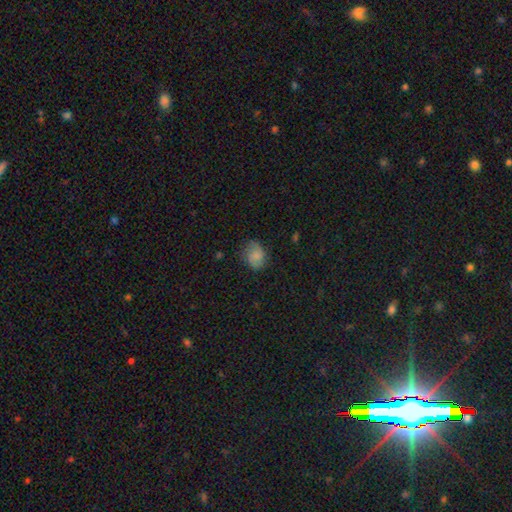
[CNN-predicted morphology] This appears to be a smooth galaxy with no disk features (68%) that is in between round and cigar-shaped (52%). Merging: none (68%).